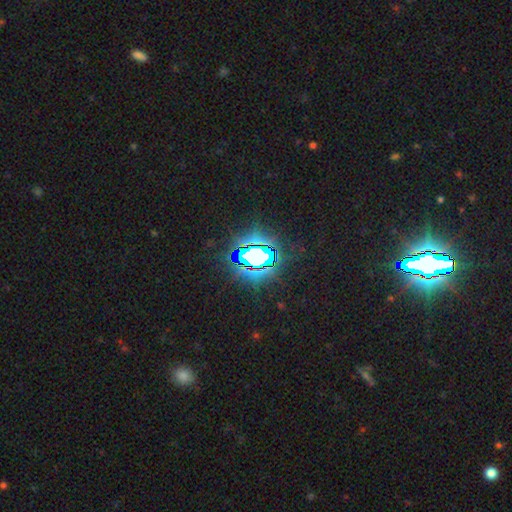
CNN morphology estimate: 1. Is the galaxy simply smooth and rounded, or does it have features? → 75% star or artifact, 15% smooth, 11% featured or disk.